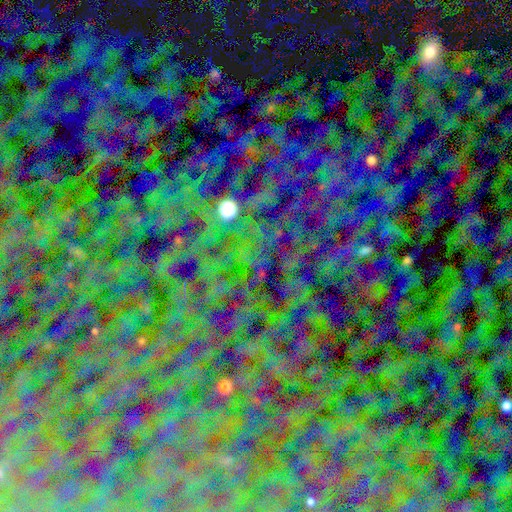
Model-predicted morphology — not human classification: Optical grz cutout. It shows a star or artifact, not a galaxy (82%).